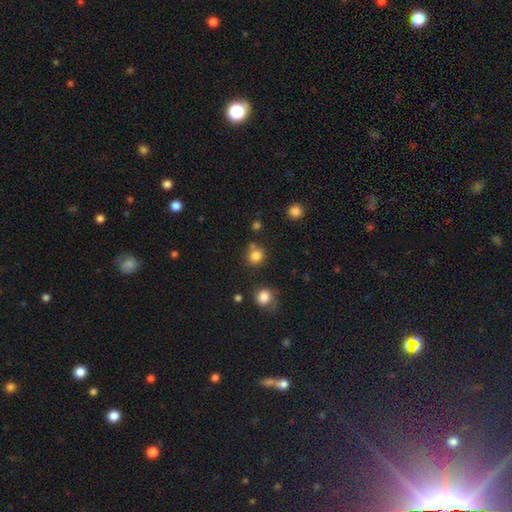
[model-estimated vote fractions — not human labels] Morphology: type=smooth (82%); roundness=round (87%); merging=none (71%).